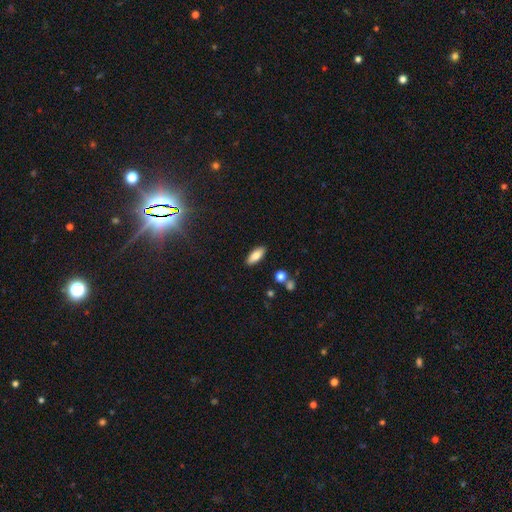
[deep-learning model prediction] Morphology: type=smooth (78%); roundness=in between (76%); merging=none (89%).